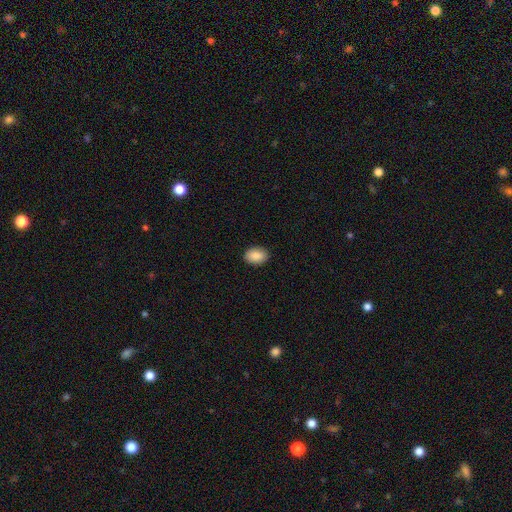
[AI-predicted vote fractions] The model was most divided on "how rounded": in between: 76%, round: 23%, cigar-shaped: 1%. More confident: merging — none (90%); smooth or featured — smooth (89%).